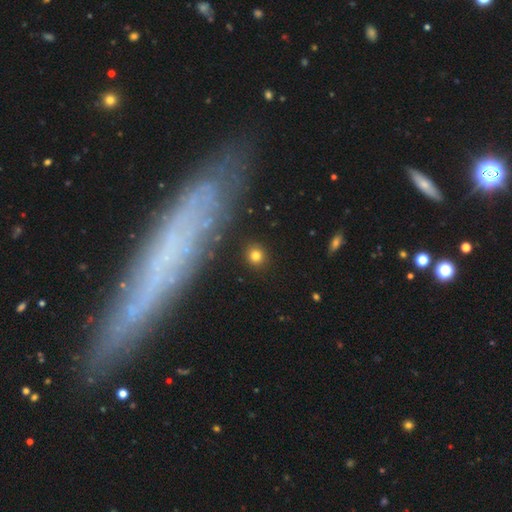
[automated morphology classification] The model was most divided on "smooth or featured": smooth: 80%, star or artifact: 12%, featured or disk: 7%. More confident: how rounded — round (91%); merging — none (90%).